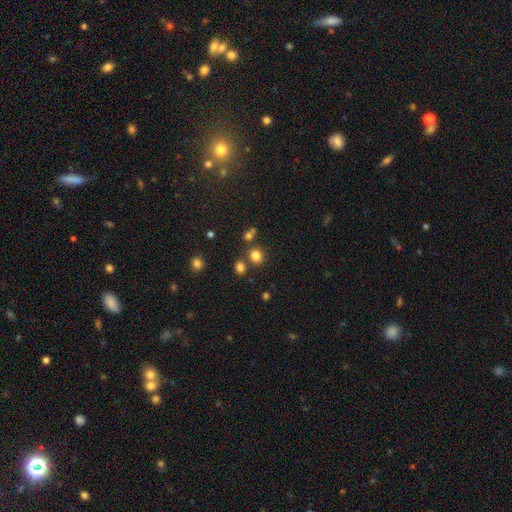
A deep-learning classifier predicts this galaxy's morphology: Smooth or featured? Predicted: smooth (p=0.79). How rounded? Predicted: round (p=0.83). Merging? Predicted: none (p=0.74).